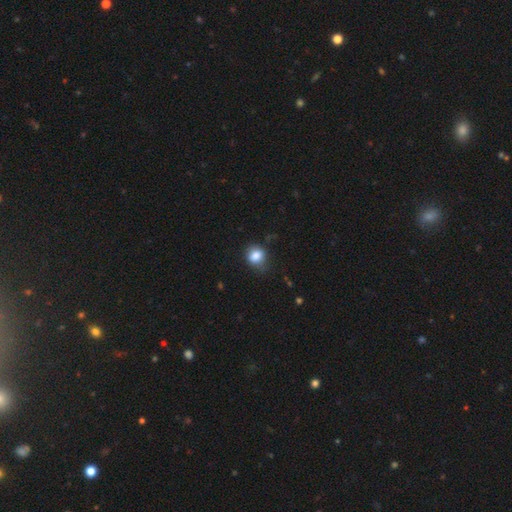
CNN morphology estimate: type=smooth (83%); roundness=round (65%); merging=none (64%).